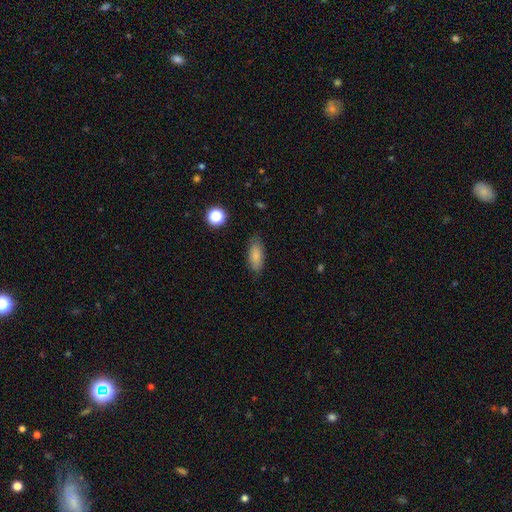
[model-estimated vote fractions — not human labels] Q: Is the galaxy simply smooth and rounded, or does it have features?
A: smooth — 83%.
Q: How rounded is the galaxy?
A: in between — 83%.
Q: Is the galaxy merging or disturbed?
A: none — 81%.